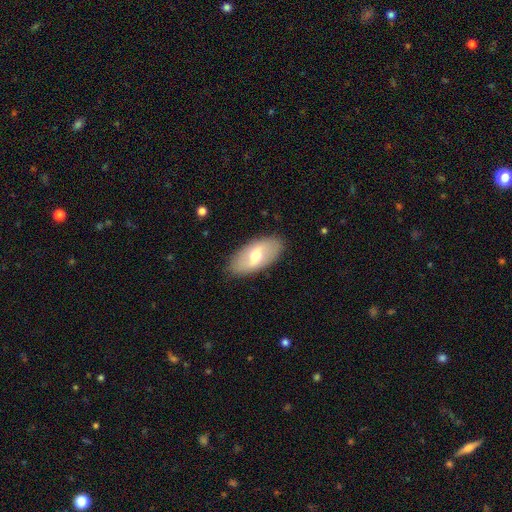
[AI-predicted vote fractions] Smooth or featured? Predicted: smooth (p=0.48). Merging? Predicted: none (p=0.86).